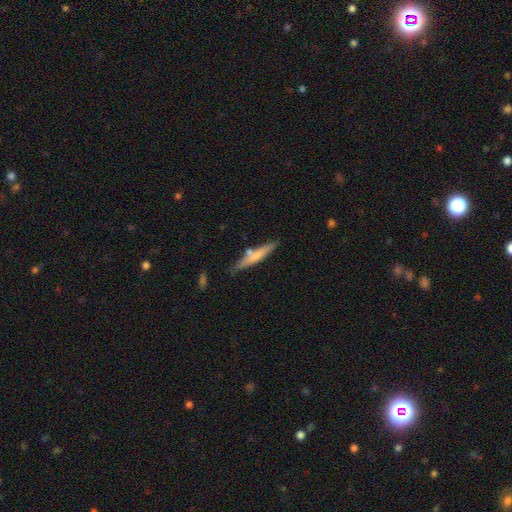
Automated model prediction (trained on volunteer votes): smooth-or-featured: smooth: 62% | featured or disk: 32% | star or artifact: 6%
  how-rounded: cigar-shaped: 92% | in between: 7% | round: 1%
  merging: none: 76% | minor disturbance: 14% | merger: 8% | major disturbance: 3%